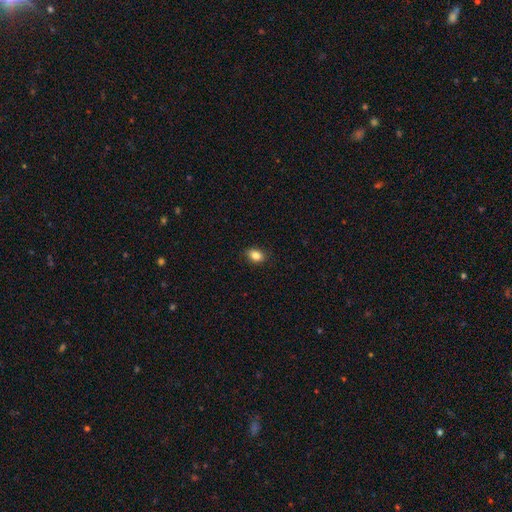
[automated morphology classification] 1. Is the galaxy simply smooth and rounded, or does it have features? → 85% smooth, 10% star or artifact, 5% featured or disk.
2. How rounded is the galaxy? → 73% in between, 26% round, 1% cigar-shaped.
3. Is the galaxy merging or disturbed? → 87% none, 10% minor disturbance, 2% major disturbance, 1% merger.